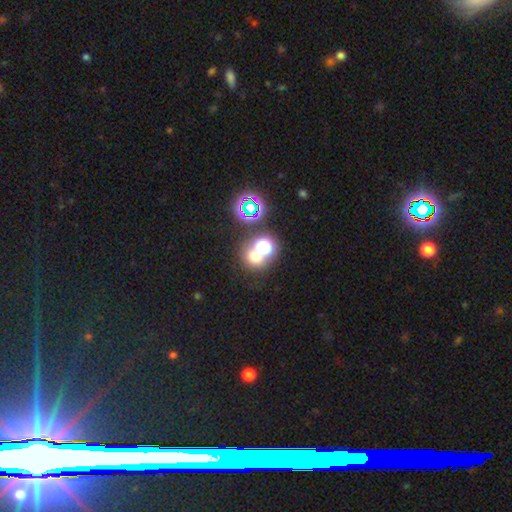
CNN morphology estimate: smooth-or-featured: smooth: 56% | star or artifact: 31% | featured or disk: 13%
  how-rounded: round: 78% | in between: 21% | cigar-shaped: 1%
  merging: none: 46% | merger: 43% | minor disturbance: 7% | major disturbance: 4%